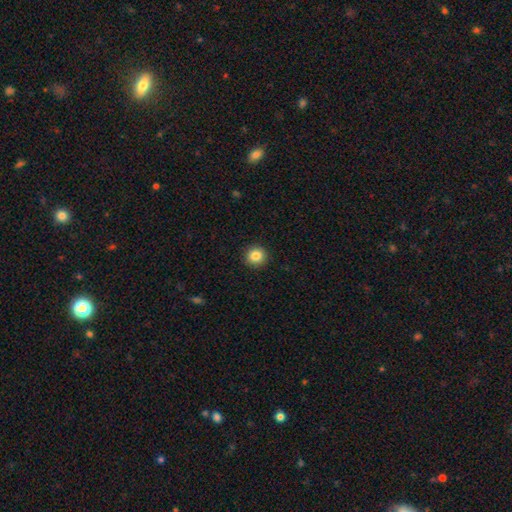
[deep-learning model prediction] Smooth or featured? smooth (85%)
How rounded? round (93%)
Merging? none (93%)